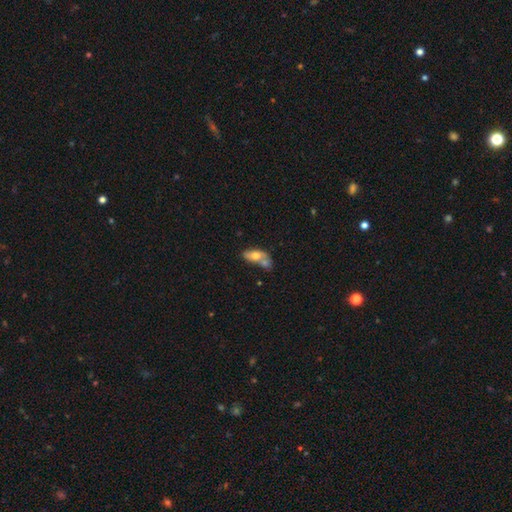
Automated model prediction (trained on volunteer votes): Smooth or featured? Predicted: smooth (p=0.62). How rounded? Predicted: in between (p=0.82). Merging? Predicted: merger (p=0.48).